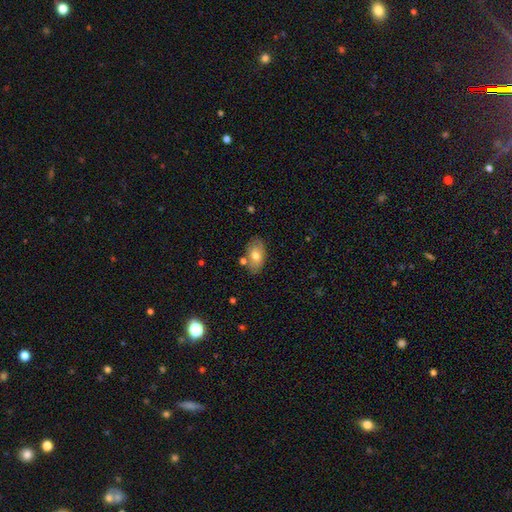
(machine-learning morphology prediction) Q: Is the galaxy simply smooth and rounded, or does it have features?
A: smooth — 70%.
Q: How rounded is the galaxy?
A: in between — 91%.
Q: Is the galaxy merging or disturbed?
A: none — 75%.